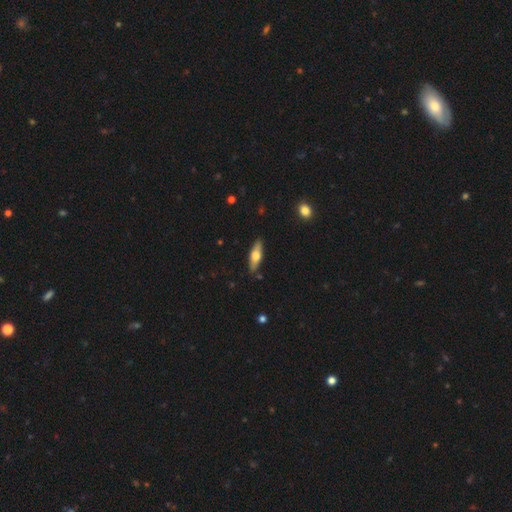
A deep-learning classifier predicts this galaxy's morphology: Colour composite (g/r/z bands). It shows a smooth galaxy with no disk features (53%) that is cigar-shaped (52%). Merging: none (87%).